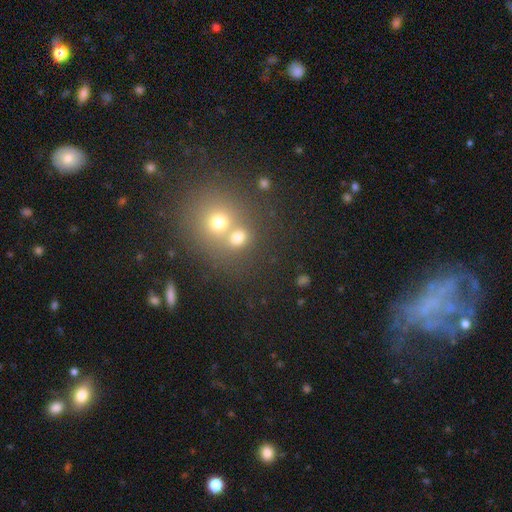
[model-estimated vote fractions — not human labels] Q: Smooth or featured?
A: smooth (45%); runner-up: star or artifact (34%)
Q: Merging?
A: none (54%); runner-up: merger (29%)